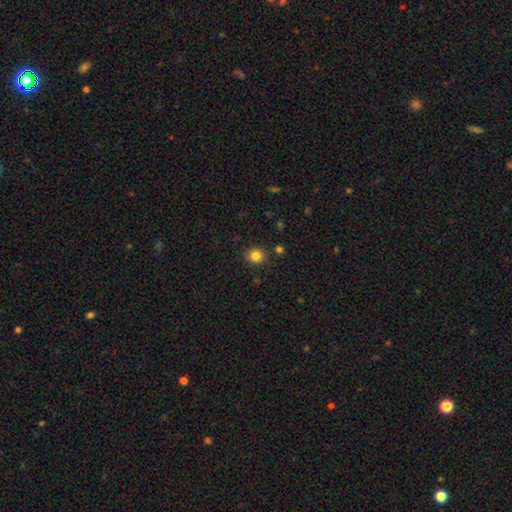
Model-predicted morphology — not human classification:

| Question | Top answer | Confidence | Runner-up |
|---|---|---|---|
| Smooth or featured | smooth | 83% | star or artifact (12%) |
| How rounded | round | 88% | in between (11%) |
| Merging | none | 87% | minor disturbance (8%) |